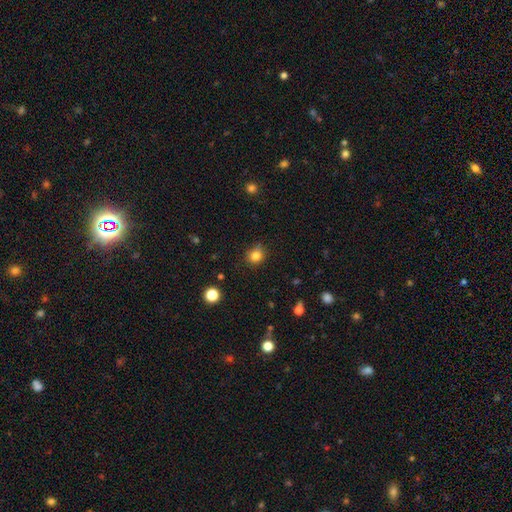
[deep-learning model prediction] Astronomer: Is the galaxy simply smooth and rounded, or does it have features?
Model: smooth — 82%.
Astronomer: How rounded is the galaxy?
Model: round — 79%.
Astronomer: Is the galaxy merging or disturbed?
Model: none — 76%.